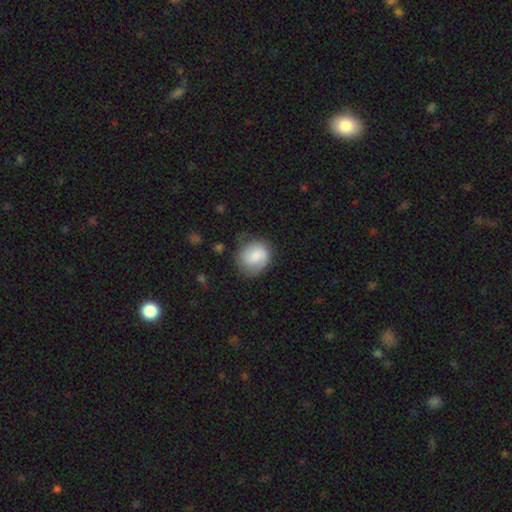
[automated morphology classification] smooth-or-featured: smooth: 59% | featured or disk: 34% | star or artifact: 7%
  how-rounded: round: 74% | in between: 25% | cigar-shaped: 1%
  merging: none: 69% | minor disturbance: 21% | major disturbance: 8% | merger: 2%